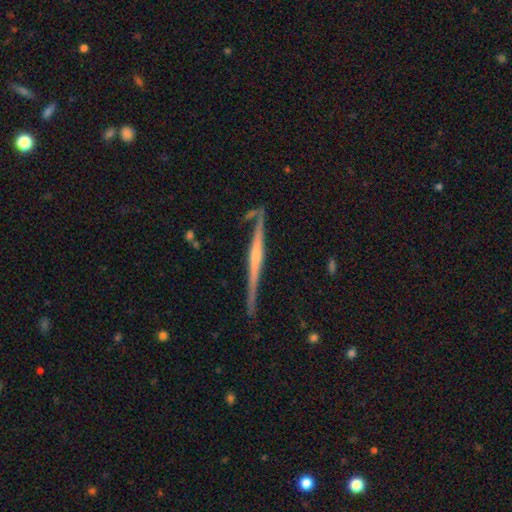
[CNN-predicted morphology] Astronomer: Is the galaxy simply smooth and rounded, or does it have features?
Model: featured or disk — 76%.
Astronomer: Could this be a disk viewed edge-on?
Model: yes — 97%.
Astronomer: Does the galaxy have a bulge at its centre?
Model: rounded — 45% (runner-up: none, 39%).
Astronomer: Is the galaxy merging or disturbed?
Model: none — 78%.